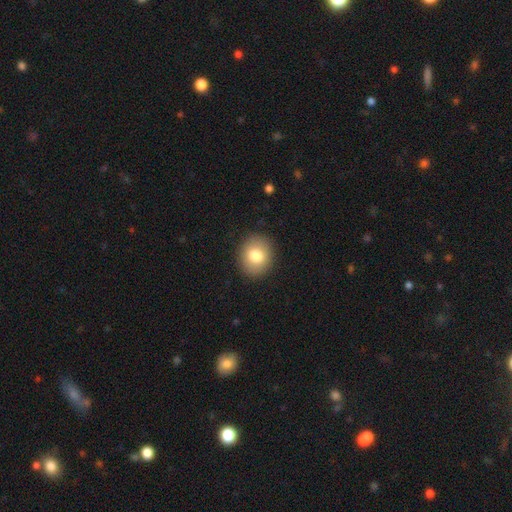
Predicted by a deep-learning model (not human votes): Smooth or featured: smooth — 80% (featured or disk — 11%)
How rounded: round — 74% (in between — 25%)
Merging: none — 90% (minor disturbance — 7%)